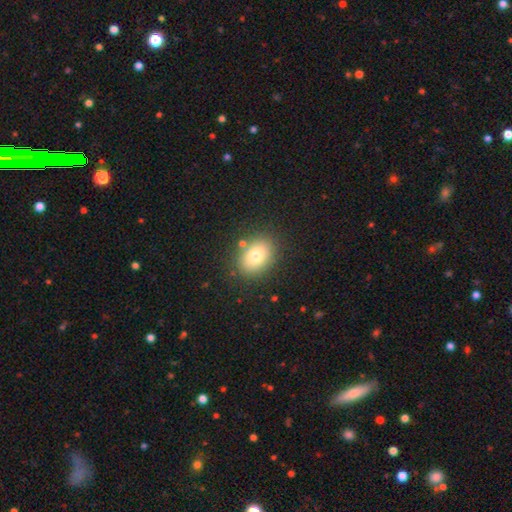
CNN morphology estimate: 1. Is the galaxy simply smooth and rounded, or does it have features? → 75% smooth, 13% featured or disk, 11% star or artifact.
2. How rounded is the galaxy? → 64% in between, 35% round, 1% cigar-shaped.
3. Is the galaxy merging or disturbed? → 83% none, 10% minor disturbance, 4% merger, 3% major disturbance.